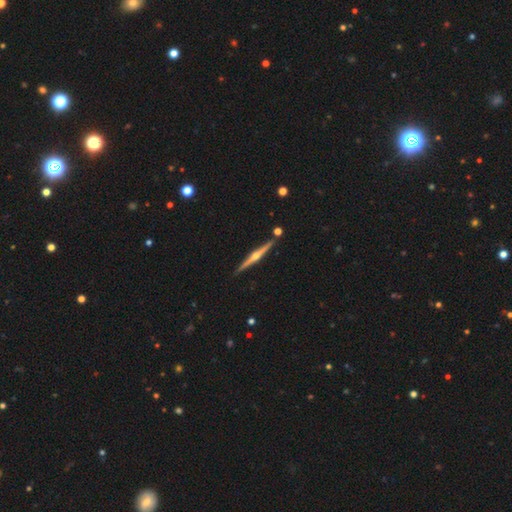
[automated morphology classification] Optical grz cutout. It shows a featured or disk galaxy (83%) viewed edge-on (98%) with a rounded central bulge (93%). Merging: none (89%).